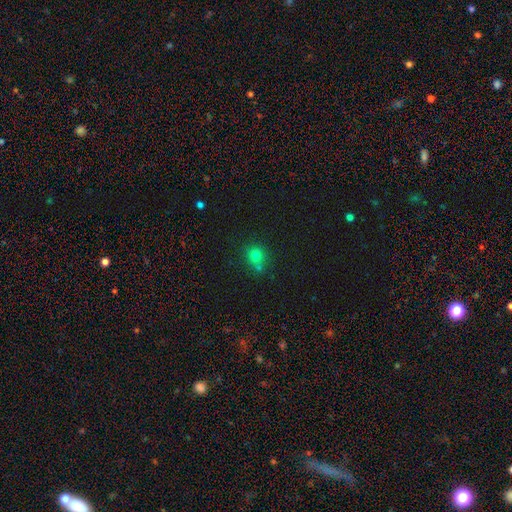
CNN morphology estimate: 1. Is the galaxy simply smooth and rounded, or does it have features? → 73% smooth, 18% star or artifact, 9% featured or disk.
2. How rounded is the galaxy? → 83% round, 16% in between, 1% cigar-shaped.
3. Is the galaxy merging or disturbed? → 63% none, 21% merger, 12% minor disturbance, 4% major disturbance.